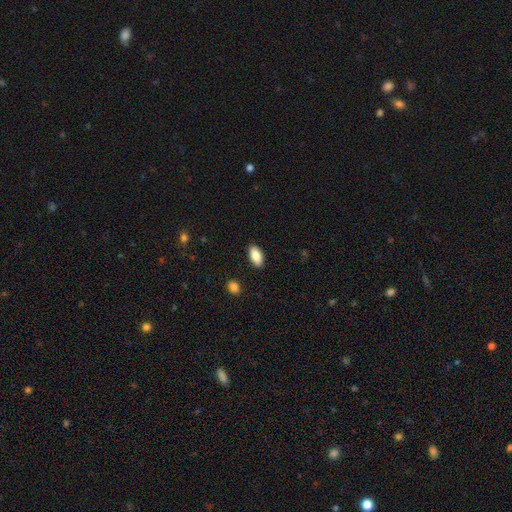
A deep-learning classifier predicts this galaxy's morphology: smooth_or_featured: smooth (p=0.88) [alt: star or artifact p=0.07]
how_rounded: in between (p=0.91) [alt: cigar-shaped p=0.06]
merging: none (p=0.88) [alt: minor disturbance p=0.08]